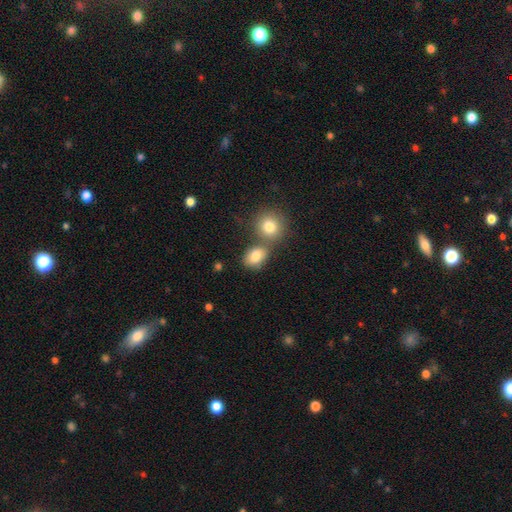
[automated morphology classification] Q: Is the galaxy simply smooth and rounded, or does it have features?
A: smooth — 81%.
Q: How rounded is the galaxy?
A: in between — 62%.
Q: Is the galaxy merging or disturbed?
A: none — 56%.